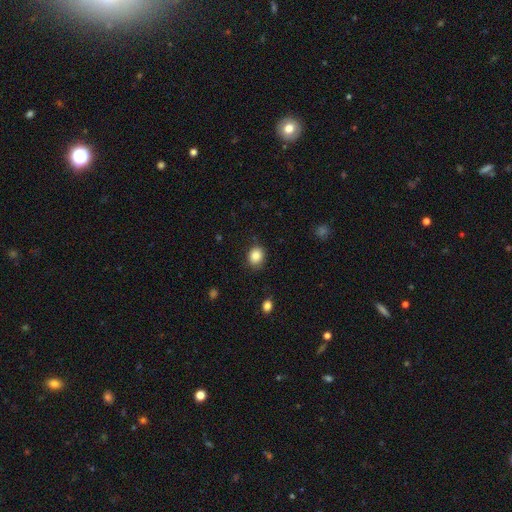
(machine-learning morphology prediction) A smooth galaxy with no disk features (87%) that is round (55%).

Vote fractions:
- Smooth or featured? smooth: 87% / star or artifact: 9% / featured or disk: 4%
- How rounded? round: 55% / in between: 44% / cigar-shaped: 1%
- Merging? none: 83% / minor disturbance: 12% / major disturbance: 3% / merger: 1%